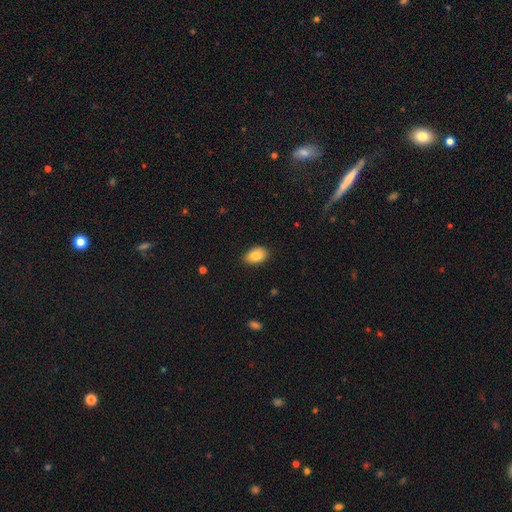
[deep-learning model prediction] Smooth or featured?
  - smooth: 84% *
  - featured or disk: 9%
  - star or artifact: 7%
How rounded?
  - in between: 88% *
  - round: 10%
  - cigar-shaped: 1%
Merging?
  - none: 86% *
  - minor disturbance: 11%
  - major disturbance: 2%
  - merger: 1%